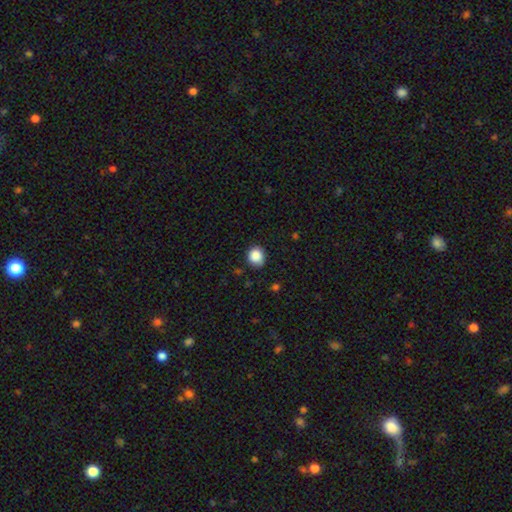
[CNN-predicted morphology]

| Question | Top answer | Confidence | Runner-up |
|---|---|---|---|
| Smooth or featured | smooth | 88% | star or artifact (9%) |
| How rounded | round | 78% | in between (21%) |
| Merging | none | 81% | minor disturbance (14%) |